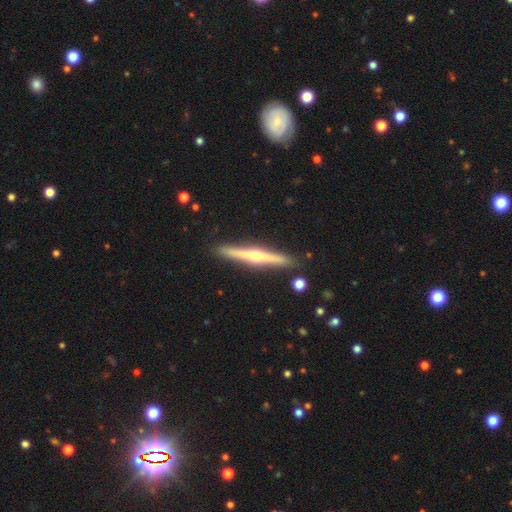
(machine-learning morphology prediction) Smooth or featured? Predicted: featured or disk (p=0.72). Edge-on disk? Predicted: yes (p=0.98). Edge-on bulge? Predicted: rounded (p=0.77). Merging? Predicted: none (p=0.91).